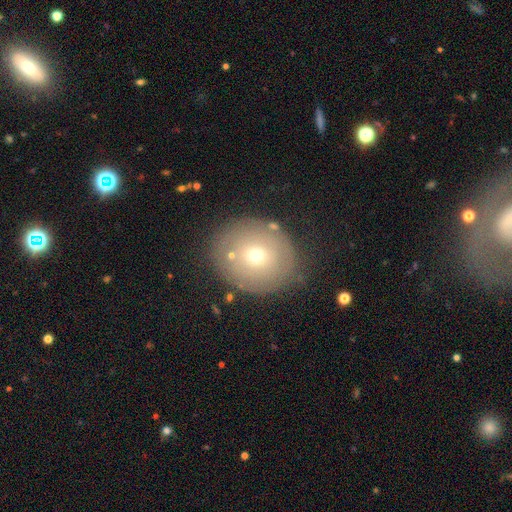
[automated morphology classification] smooth-or-featured: smooth: 58% | featured or disk: 30% | star or artifact: 12%
  how-rounded: round: 77% | in between: 22% | cigar-shaped: 1%
  merging: none: 76% | minor disturbance: 14% | major disturbance: 6% | merger: 4%